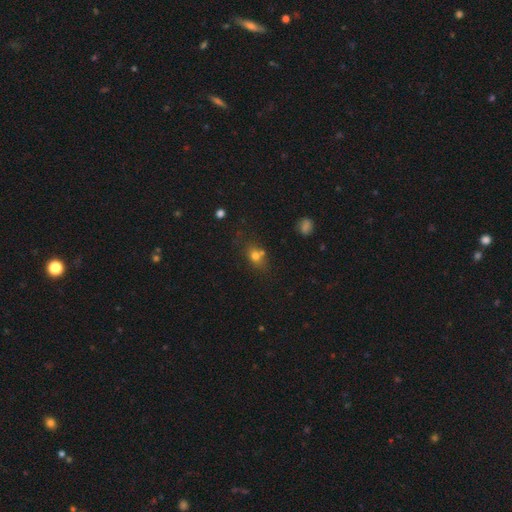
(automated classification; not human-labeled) A smooth galaxy with no disk features (72%) that is round (49%, tied with in between). Merging: none (58%).